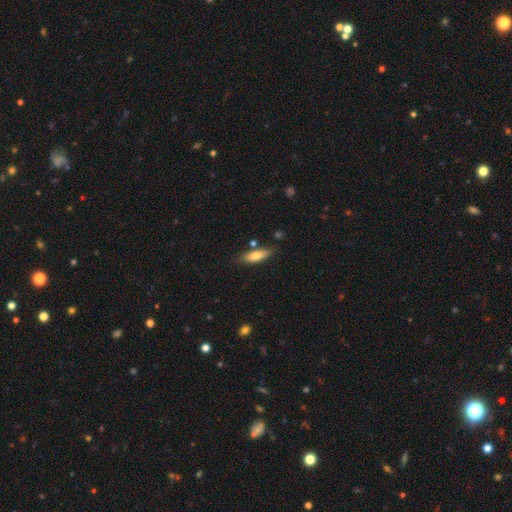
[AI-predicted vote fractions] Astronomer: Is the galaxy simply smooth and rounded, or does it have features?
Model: smooth — 70%.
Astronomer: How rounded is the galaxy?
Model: cigar-shaped — 50% (runner-up: in between, 48%).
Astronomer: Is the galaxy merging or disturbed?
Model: none — 78%.